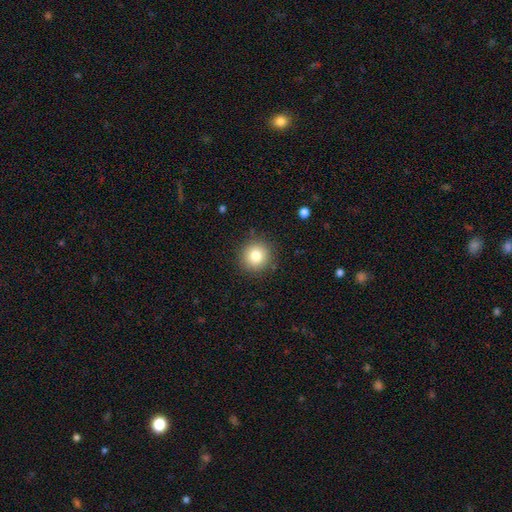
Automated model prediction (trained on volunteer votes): This appears to be a smooth galaxy with no disk features (80%) that is round (92%). Merging: none (89%).